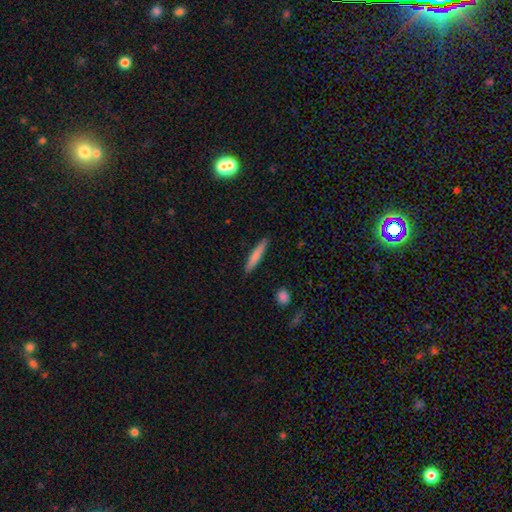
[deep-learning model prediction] Morphology: type=smooth (77%); roundness=cigar-shaped (91%); merging=none (90%).